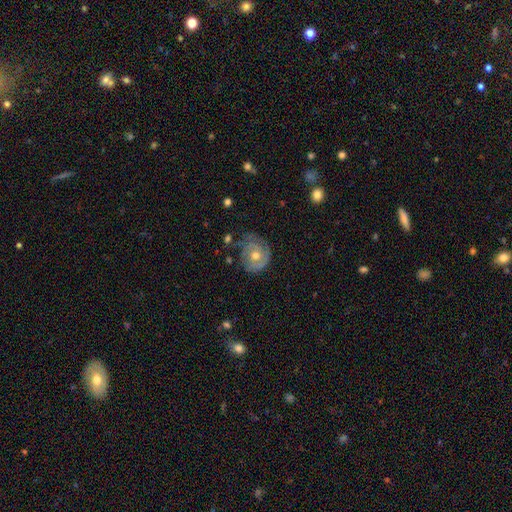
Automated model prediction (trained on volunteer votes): Smooth or featured? featured or disk (73%)
Edge-on disk? no (97%)
Bar? no (79%)
Spiral arms? yes (83%)
Spiral winding? tight (68%)
Spiral arm count? 2 (36%)
Bulge size? moderate (72%)
Merging? none (63%)